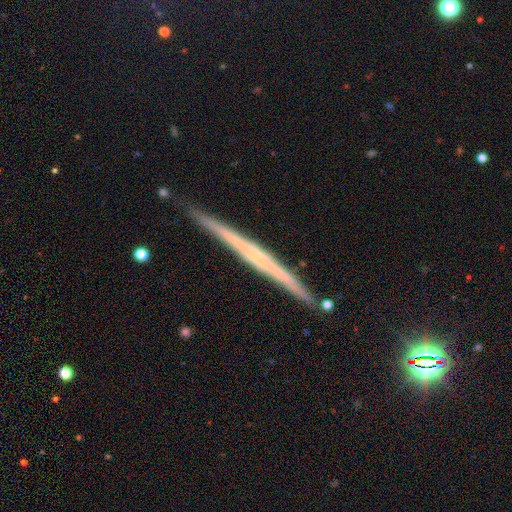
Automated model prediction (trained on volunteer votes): smooth-or-featured: featured or disk: 70% | smooth: 23% | star or artifact: 7%
  disk-edge-on: yes: 98% | no: 2%
    edge-on-bulge: none: 67% | rounded: 23% | boxy: 11%
  merging: none: 89% | minor disturbance: 8% | merger: 2% | major disturbance: 1%